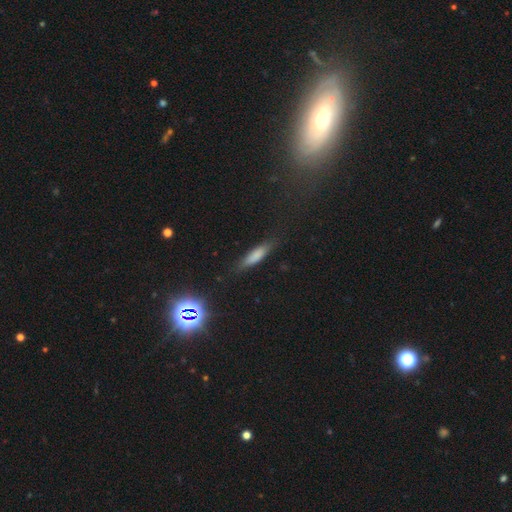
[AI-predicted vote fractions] Overall: smooth (75%). How rounded: cigar-shaped (71%). Merging: none (79%).